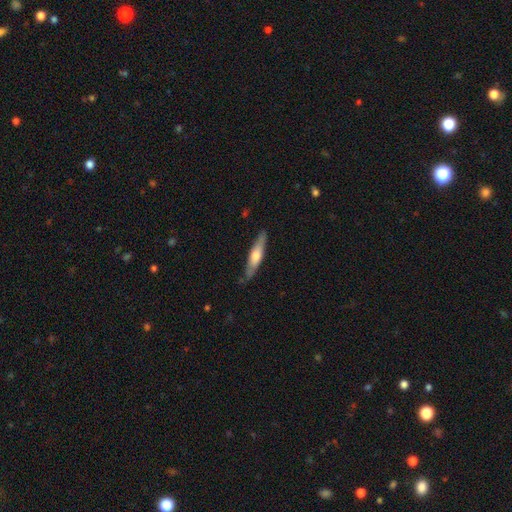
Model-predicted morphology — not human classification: smooth 48%, featured or disk 47%, star or artifact 5%. Down the decision tree: merging — none (82%).